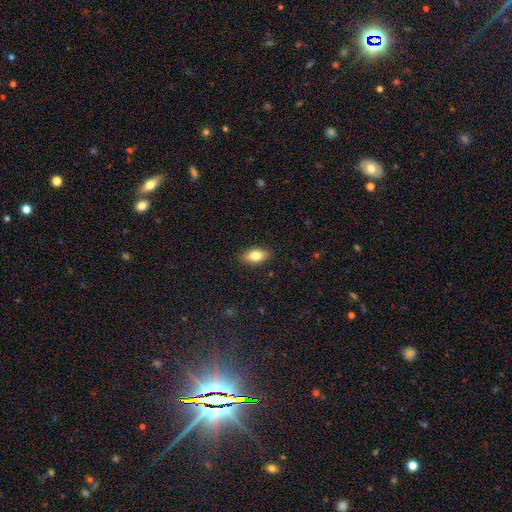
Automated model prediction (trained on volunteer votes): smooth-or-featured: smooth: 77% | featured or disk: 16% | star or artifact: 7%
  how-rounded: in between: 85% | cigar-shaped: 10% | round: 5%
  merging: none: 88% | minor disturbance: 9% | major disturbance: 2% | merger: 1%